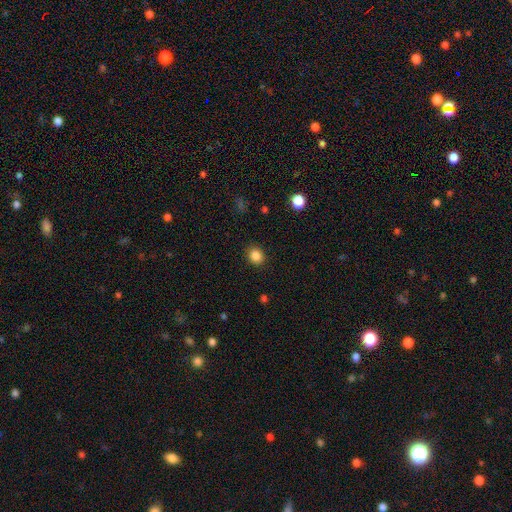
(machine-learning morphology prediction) The model was most divided on "how rounded": round: 71%, in between: 28%, cigar-shaped: 1%. More confident: merging — none (90%); smooth or featured — smooth (86%).